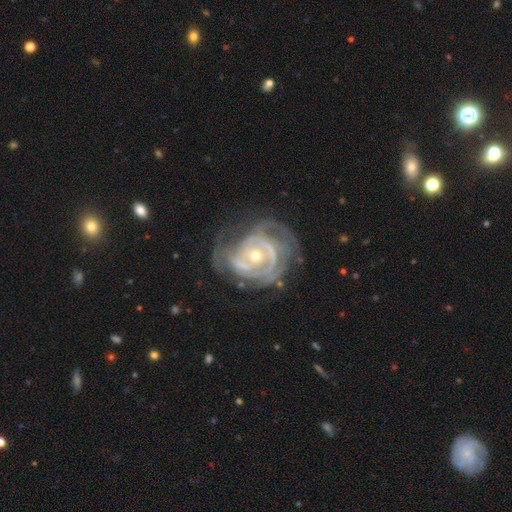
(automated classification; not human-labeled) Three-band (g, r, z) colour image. It shows a featured or disk galaxy (89%) with no bar (66%), tight (70%) spiral arms (94%) and a small central bulge (50%). Merging: none (56%).